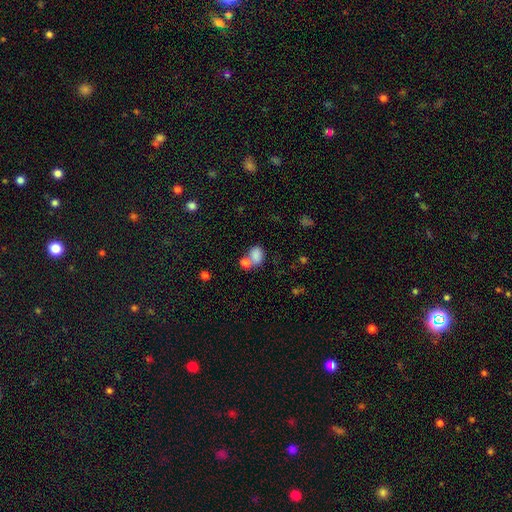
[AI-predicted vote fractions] smooth_or_featured: smooth (p=0.81) [alt: featured or disk p=0.09]
how_rounded: in between (p=0.69) [alt: round p=0.30]
merging: merger (p=0.54) [alt: none p=0.31]